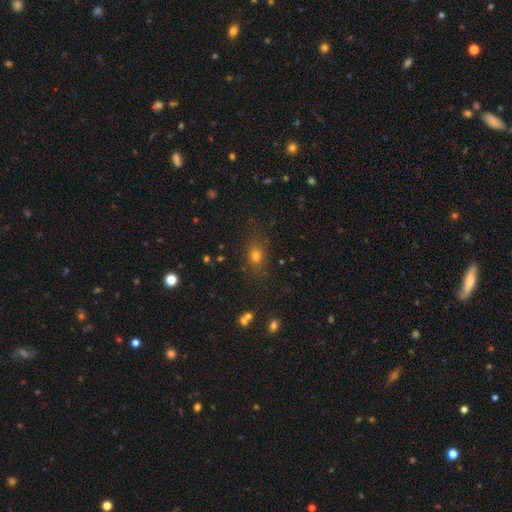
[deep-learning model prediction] Morphology: type=smooth (70%); roundness=in between (50%); merging=none (80%).